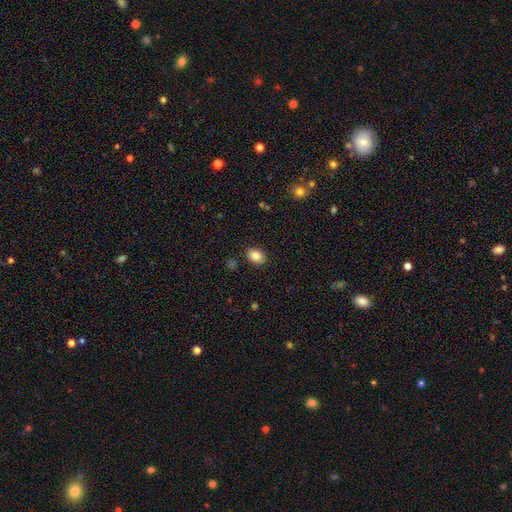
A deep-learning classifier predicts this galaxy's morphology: Smooth or featured?
  - smooth: 84% *
  - star or artifact: 8%
  - featured or disk: 7%
How rounded?
  - in between: 76% *
  - round: 23%
  - cigar-shaped: 1%
Merging?
  - none: 88% *
  - minor disturbance: 8%
  - major disturbance: 2%
  - merger: 2%